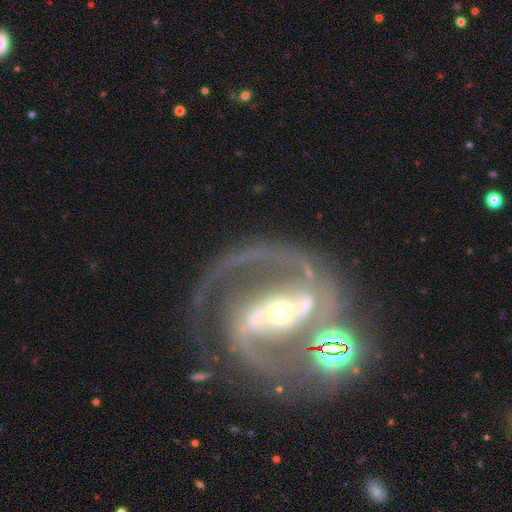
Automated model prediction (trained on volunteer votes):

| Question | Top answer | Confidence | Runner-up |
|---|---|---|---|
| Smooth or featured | featured or disk | 91% | star or artifact (6%) |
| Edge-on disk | no | 97% | yes (3%) |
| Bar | strong | 62% | weak (25%) |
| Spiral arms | yes | 98% | no (2%) |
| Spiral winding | medium | 62% | tight (22%) |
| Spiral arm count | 2 | 90% | 3 (3%) |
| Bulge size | small | 48% | moderate (46%) |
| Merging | none | 64% | minor disturbance (16%) |